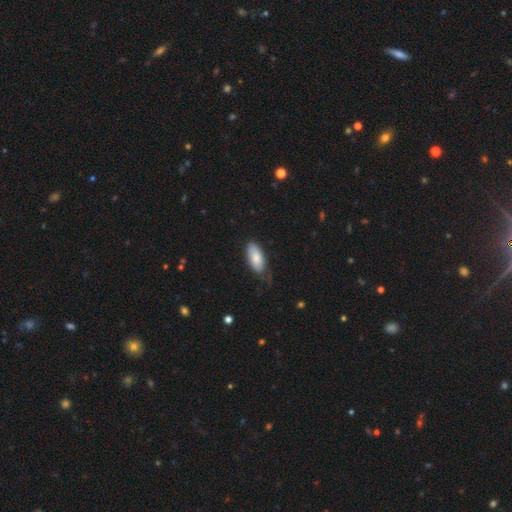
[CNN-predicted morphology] smooth 80%, featured or disk 14%, star or artifact 6%. Down the decision tree: how rounded — in between (89%); merging — none (58%).